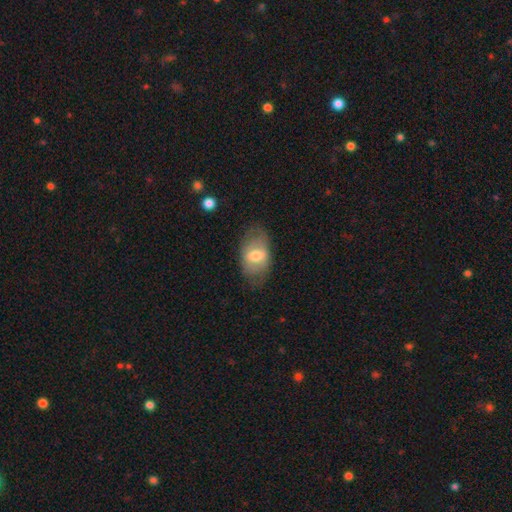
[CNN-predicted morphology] This appears to be a smooth galaxy with no disk features (56%) that is in between round and cigar-shaped (87%). Merging: none (70%).